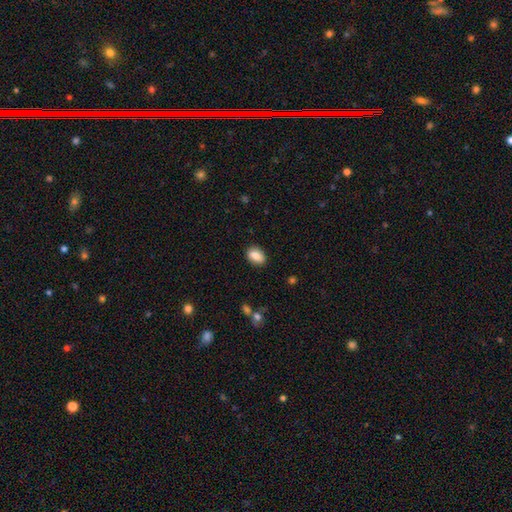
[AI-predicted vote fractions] A smooth galaxy with no disk features (86%) that is in between round and cigar-shaped (85%). Merging: none (86%).